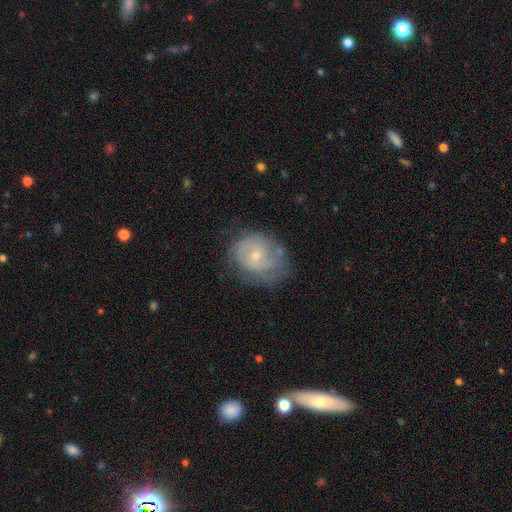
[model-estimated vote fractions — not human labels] Smooth or featured?
  - featured or disk: 66% *
  - smooth: 27%
  - star or artifact: 7%
Edge-on disk?
  - no: 97% *
  - yes: 3%
Bar?
  - no: 68% *
  - weak: 28%
  - strong: 4%
Spiral arms?
  - yes: 82% *
  - no: 18%
Spiral winding?
  - tight: 51% *
  - medium: 35%
  - loose: 14%
Spiral arm count?
  - 2: 45% *
  - can't tell: 34%
  - 1: 9%
  - 3: 7%
  - 4: 3%
  - more than 4: 2%
Bulge size?
  - small: 68% *
  - moderate: 28%
  - none: 2%
  - large: 1%
  - dominant: 1%
Merging?
  - none: 63% *
  - minor disturbance: 24%
  - major disturbance: 11%
  - merger: 2%